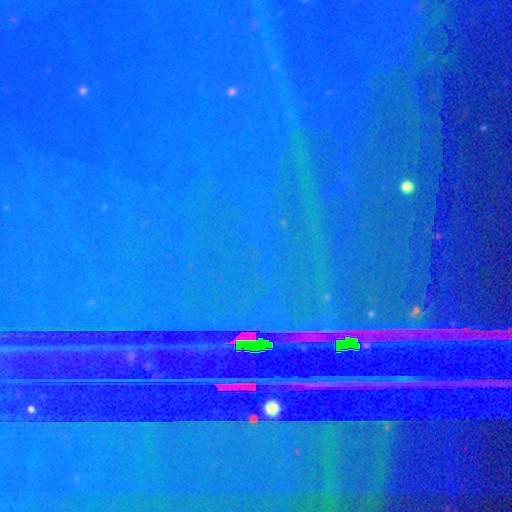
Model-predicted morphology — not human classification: smooth-or-featured: star or artifact: 88% | featured or disk: 6% | smooth: 6%